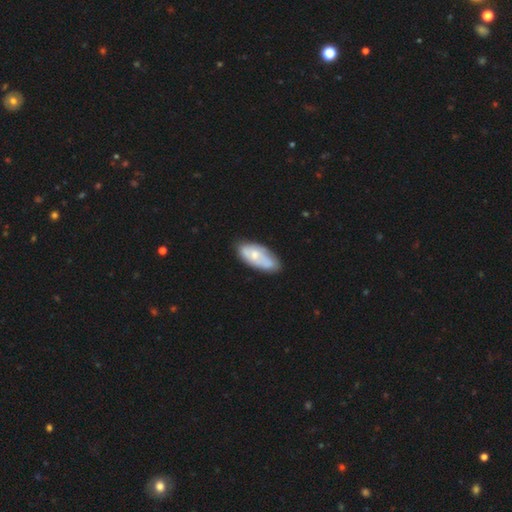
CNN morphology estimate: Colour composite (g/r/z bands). It shows a smooth galaxy with no disk features (51%) that is in between round and cigar-shaped (87%). Merging: none (67%).